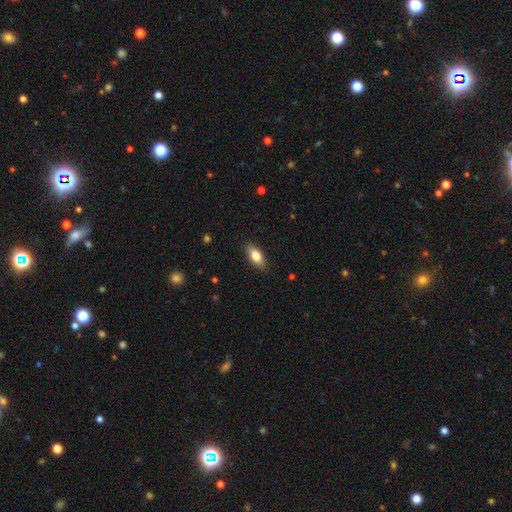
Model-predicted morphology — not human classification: This appears to be a smooth galaxy with no disk features (76%) that is in between round and cigar-shaped (82%). Merging: none (87%).